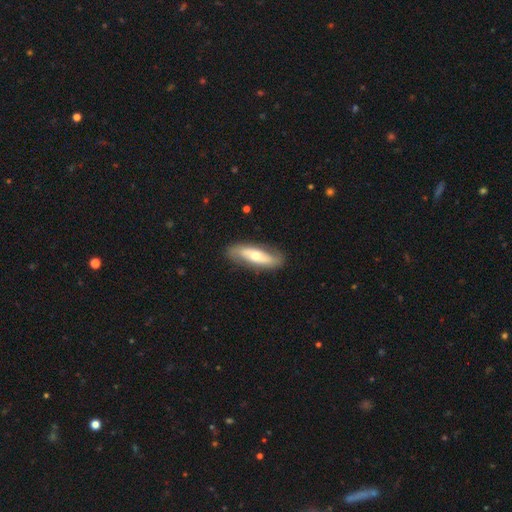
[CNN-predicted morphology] Q: Smooth or featured?
A: featured or disk (49%); runner-up: smooth (46%)
Q: Merging?
A: none (82%); runner-up: minor disturbance (13%)